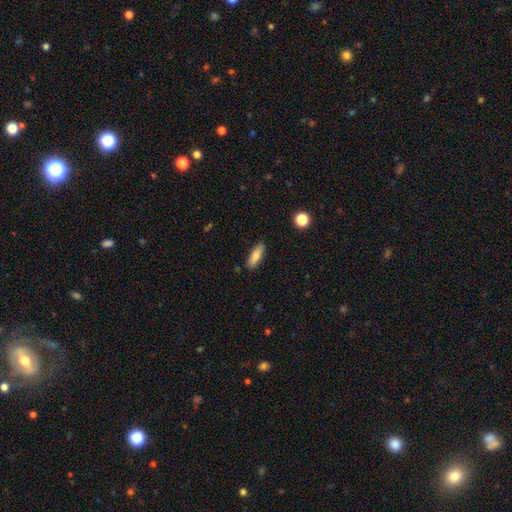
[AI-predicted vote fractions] This is likely a smooth galaxy (75%). How rounded: possibly cigar-shaped (52%). Merging: clearly none (88%).